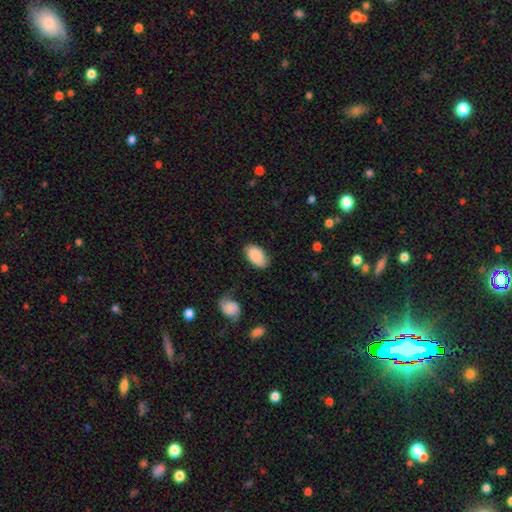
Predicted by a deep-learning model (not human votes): Overall: smooth (87%). How rounded: in between (94%). Merging: none (78%).